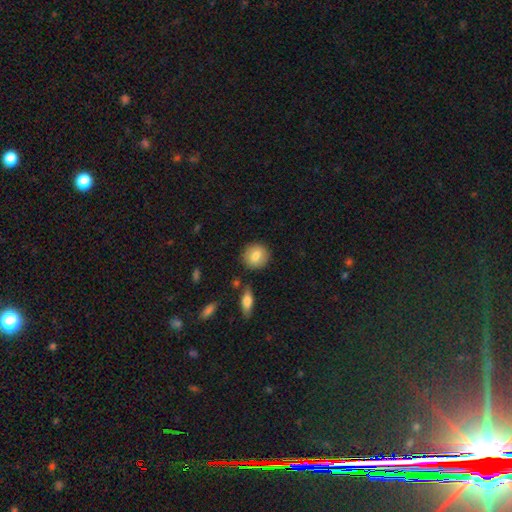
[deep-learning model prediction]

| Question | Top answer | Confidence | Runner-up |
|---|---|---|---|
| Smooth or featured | smooth | 83% | featured or disk (10%) |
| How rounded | round | 84% | in between (15%) |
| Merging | none | 86% | minor disturbance (8%) |